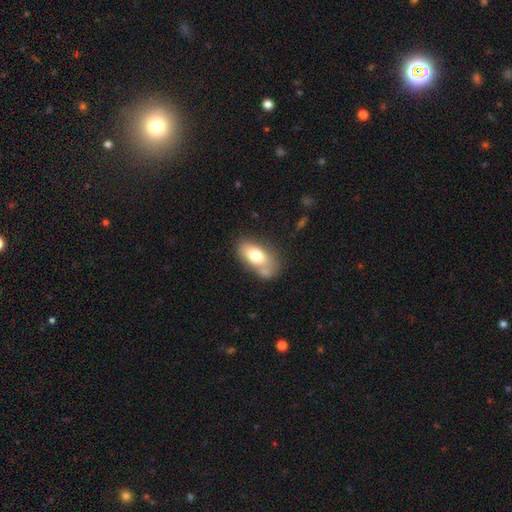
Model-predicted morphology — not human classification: Smooth or featured: smooth — 73% (featured or disk — 19%)
How rounded: in between — 90% (round — 6%)
Merging: none — 48% (minor disturbance — 22%)